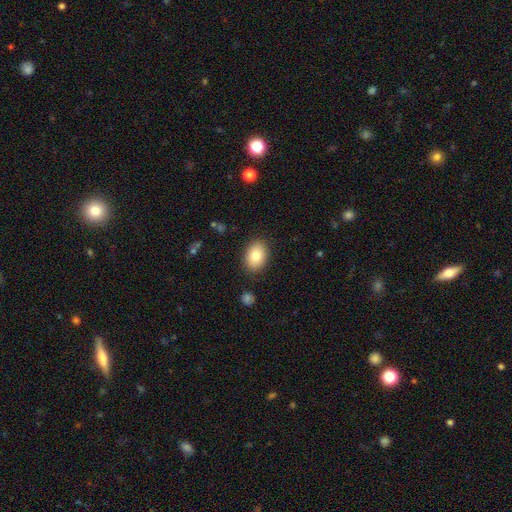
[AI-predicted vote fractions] Overall: smooth (82%). How rounded: in between (79%). Merging: none (86%).